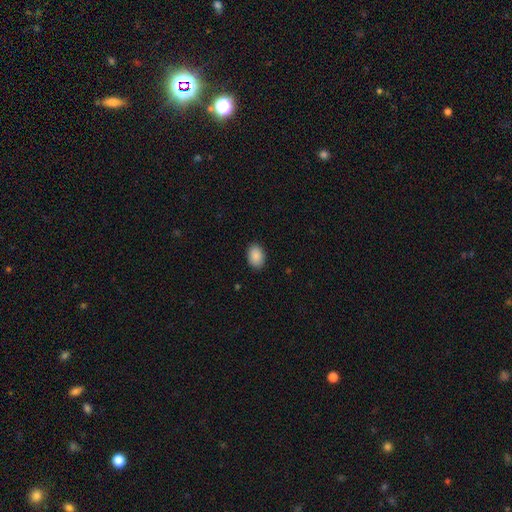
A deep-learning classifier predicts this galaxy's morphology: type=smooth (90%); roundness=in between (85%); merging=none (89%).